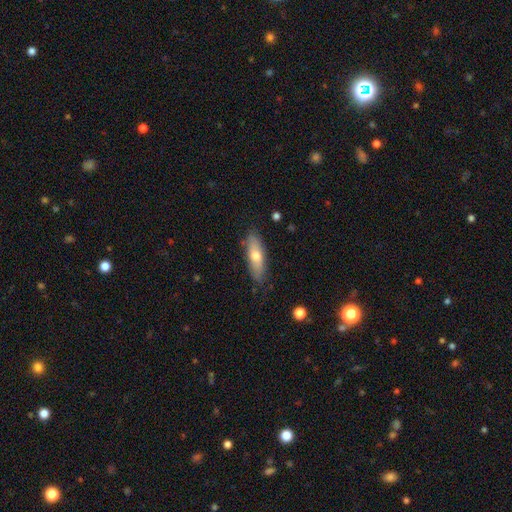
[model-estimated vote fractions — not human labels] This appears to be a smooth galaxy with no disk features (63%) that is in between round and cigar-shaped (50%). Merging: none (79%).